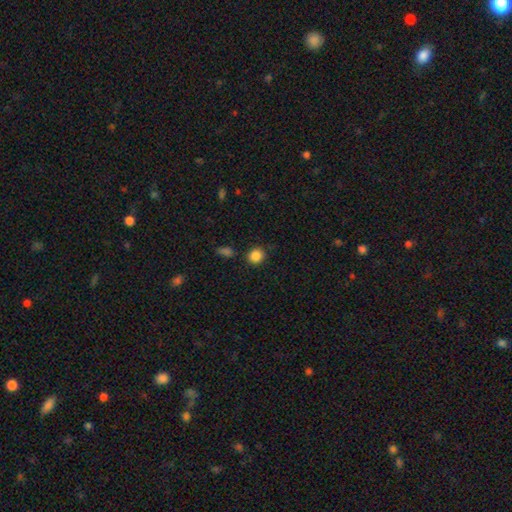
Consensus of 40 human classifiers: Morphology: type=smooth (92%); roundness=round (81%); merging=none (87%).